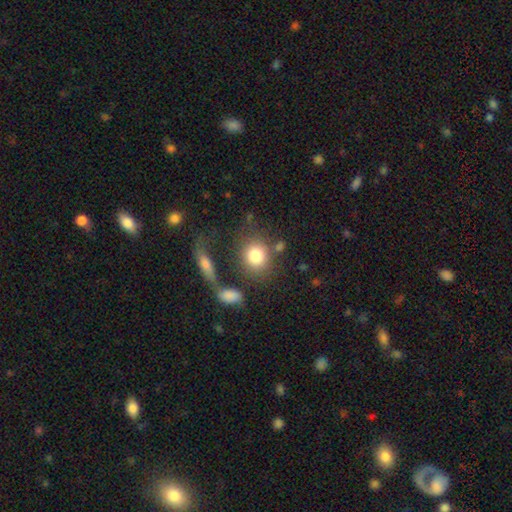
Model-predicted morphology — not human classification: type=smooth (80%); roundness=round (71%); merging=none (64%).